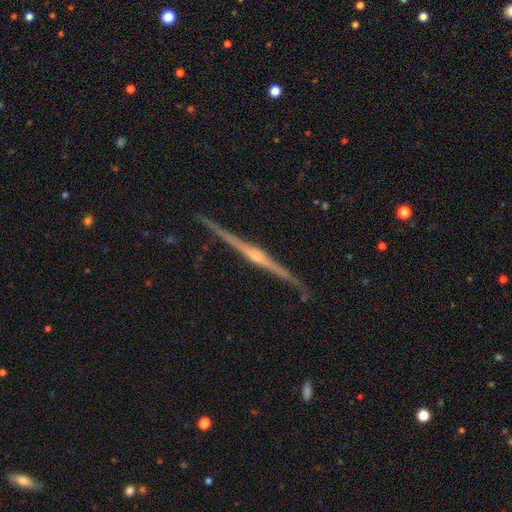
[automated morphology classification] featured or disk 89%, smooth 5%, star or artifact 5%. Down the decision tree: edge-on disk — yes (98%); edge-on bulge — rounded (85%); merging — none (88%).